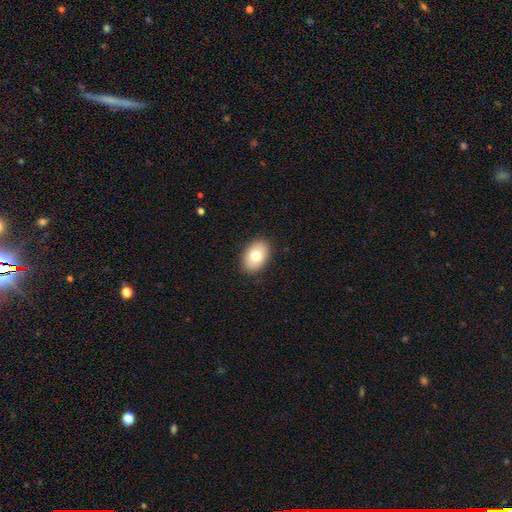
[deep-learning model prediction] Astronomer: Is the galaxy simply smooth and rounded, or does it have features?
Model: smooth — 77%.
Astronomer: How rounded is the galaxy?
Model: in between — 83%.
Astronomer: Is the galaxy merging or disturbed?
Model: none — 89%.